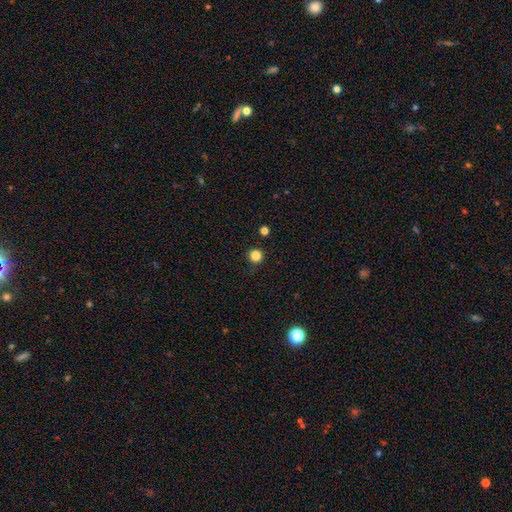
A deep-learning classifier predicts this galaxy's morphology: smooth-or-featured: smooth: 84% | star or artifact: 12% | featured or disk: 3%
  how-rounded: round: 96% | in between: 3% | cigar-shaped: 1%
  merging: none: 91% | minor disturbance: 6% | major disturbance: 2% | merger: 2%